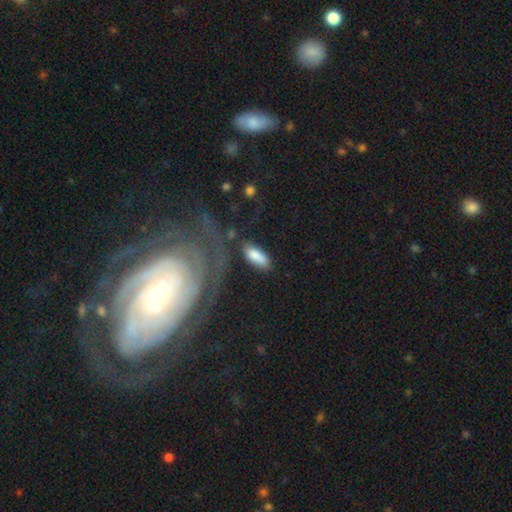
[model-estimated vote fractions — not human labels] Smooth or featured?
  - smooth: 84% *
  - featured or disk: 10%
  - star or artifact: 6%
How rounded?
  - in between: 73% *
  - cigar-shaped: 24%
  - round: 2%
Merging?
  - none: 70% *
  - minor disturbance: 18%
  - major disturbance: 7%
  - merger: 6%